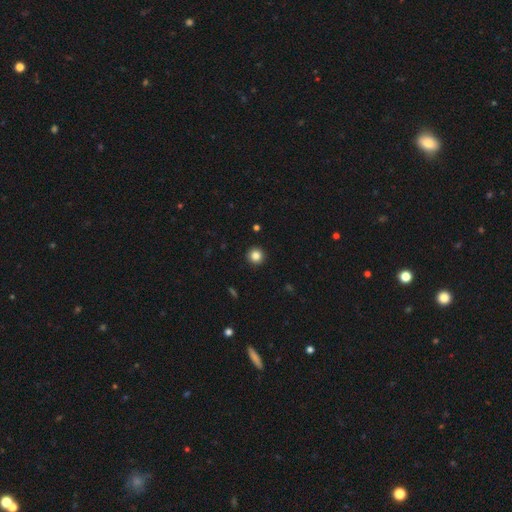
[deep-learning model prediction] A smooth galaxy with no disk features (85%) that is round (95%).

Vote fractions:
- Smooth or featured? smooth: 85% / star or artifact: 11% / featured or disk: 4%
- How rounded? round: 95% / in between: 4% / cigar-shaped: 1%
- Merging? none: 93% / minor disturbance: 4% / major disturbance: 1% / merger: 1%